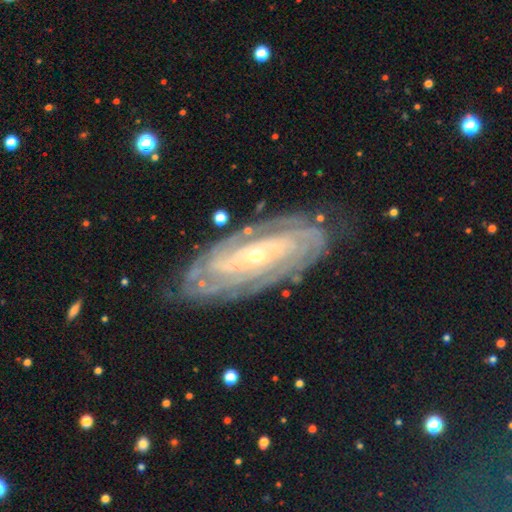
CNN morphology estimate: This is clearly a featured or disk galaxy (88%). It is clearly not viewed edge-on (91%). Bar: likely no (66%). Spiral arm pattern: clearly yes (97%). Spiral arm count: marginally can't tell (34%). Spiral winding: clearly tight (81%). Central bulge: likely small (78%). Merging: clearly none (81%).